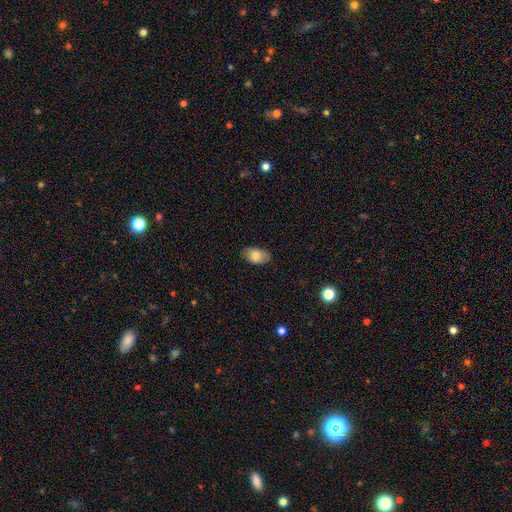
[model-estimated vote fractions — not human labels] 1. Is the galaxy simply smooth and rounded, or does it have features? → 83% smooth, 10% featured or disk, 7% star or artifact.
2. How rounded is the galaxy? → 91% in between, 8% round, 1% cigar-shaped.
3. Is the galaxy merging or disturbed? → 78% none, 17% minor disturbance, 3% major disturbance, 1% merger.